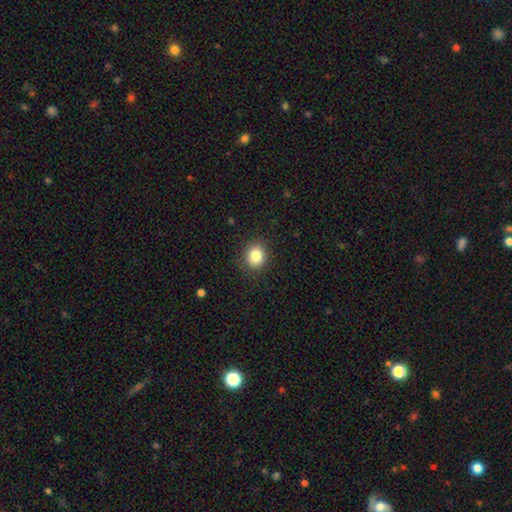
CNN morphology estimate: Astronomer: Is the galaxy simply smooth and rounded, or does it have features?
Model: smooth — 83%.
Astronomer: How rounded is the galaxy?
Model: round — 73%.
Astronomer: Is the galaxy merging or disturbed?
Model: none — 88%.